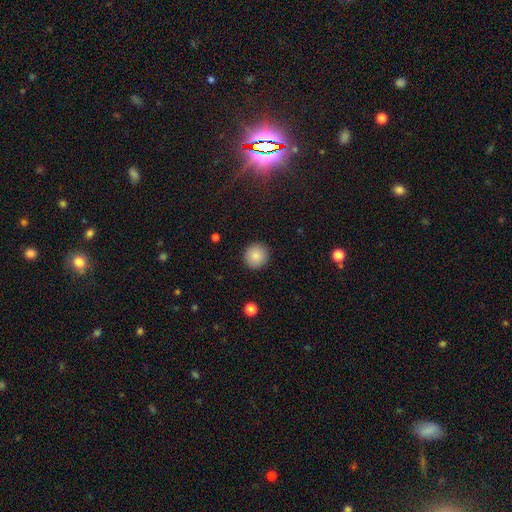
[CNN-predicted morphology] smooth-or-featured: smooth: 87% | star or artifact: 8% | featured or disk: 5%
  how-rounded: round: 92% | in between: 7% | cigar-shaped: 1%
  merging: none: 91% | minor disturbance: 6% | major disturbance: 2% | merger: 1%